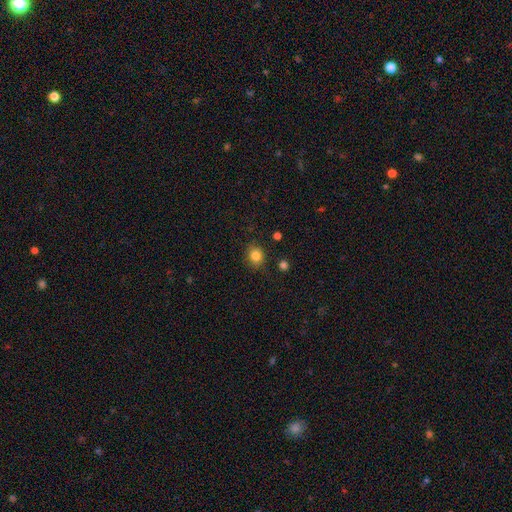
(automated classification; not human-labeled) Smooth or featured?
  - smooth: 84% *
  - star or artifact: 11%
  - featured or disk: 5%
How rounded?
  - round: 71% *
  - in between: 28%
  - cigar-shaped: 1%
Merging?
  - none: 83% *
  - minor disturbance: 12%
  - major disturbance: 3%
  - merger: 2%